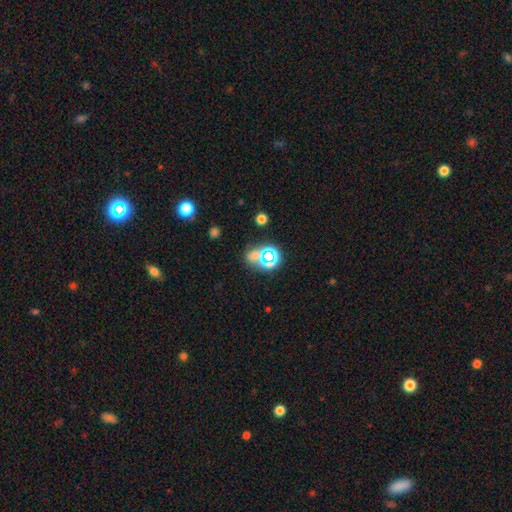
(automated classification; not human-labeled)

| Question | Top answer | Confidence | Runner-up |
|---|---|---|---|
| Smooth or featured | star or artifact | 51% | smooth (39%) |